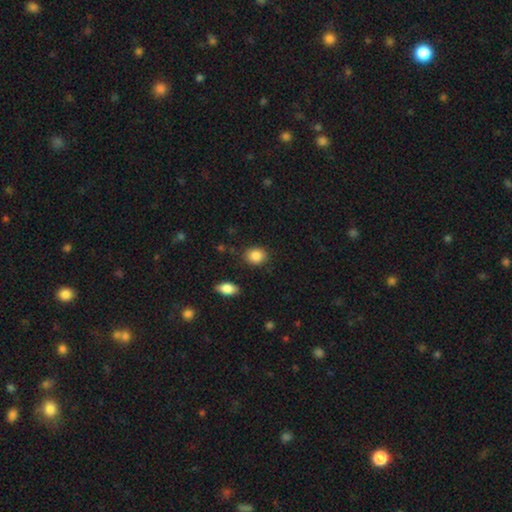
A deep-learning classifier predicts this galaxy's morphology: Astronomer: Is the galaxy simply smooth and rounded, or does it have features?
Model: smooth — 87%.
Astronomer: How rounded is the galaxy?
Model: round — 58% (runner-up: in between, 41%).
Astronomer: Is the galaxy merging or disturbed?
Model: none — 84%.